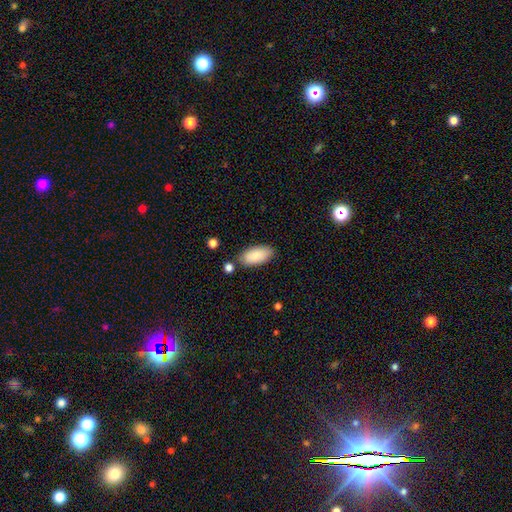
smooth-or-featured: smooth: 89% | featured or disk: 5% | star or artifact: 5%
  how-rounded: in between: 94% | round: 3% | cigar-shaped: 3%
  merging: none: 83% | minor disturbance: 14% | merger: 3% | major disturbance: 0%